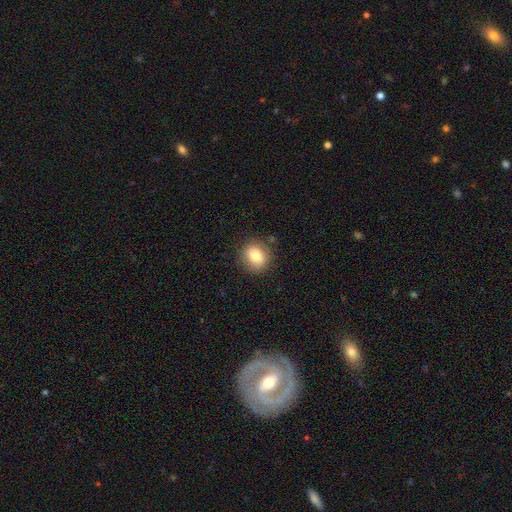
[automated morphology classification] The model was most divided on "how rounded": round: 75%, in between: 24%, cigar-shaped: 1%. More confident: merging — none (84%); smooth or featured — smooth (79%).